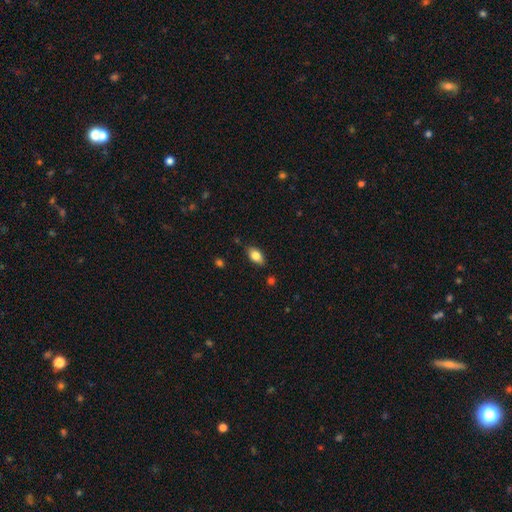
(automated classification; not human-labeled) Smooth or featured: smooth — 77% (featured or disk — 15%)
How rounded: in between — 87% (cigar-shaped — 6%)
Merging: none — 81% (minor disturbance — 15%)